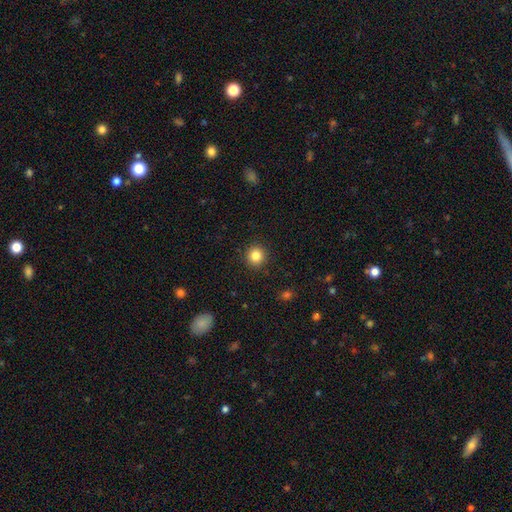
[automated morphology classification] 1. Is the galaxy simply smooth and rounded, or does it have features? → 84% smooth, 11% star or artifact, 5% featured or disk.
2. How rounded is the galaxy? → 92% round, 7% in between, 1% cigar-shaped.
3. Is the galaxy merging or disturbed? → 92% none, 5% minor disturbance, 2% major disturbance, 1% merger.